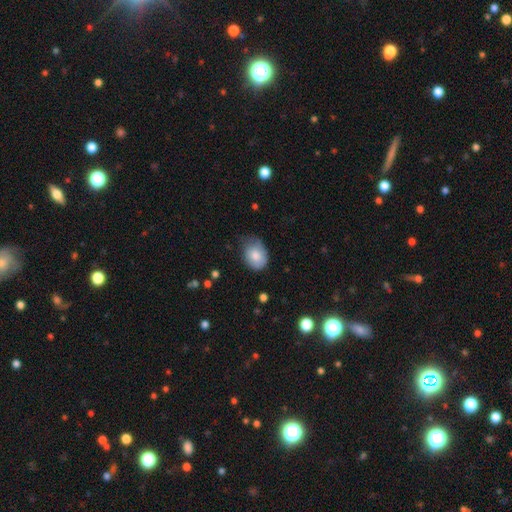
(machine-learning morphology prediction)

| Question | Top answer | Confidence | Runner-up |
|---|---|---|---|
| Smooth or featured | smooth | 79% | featured or disk (14%) |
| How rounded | in between | 63% | round (36%) |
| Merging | none | 48% | minor disturbance (40%) |